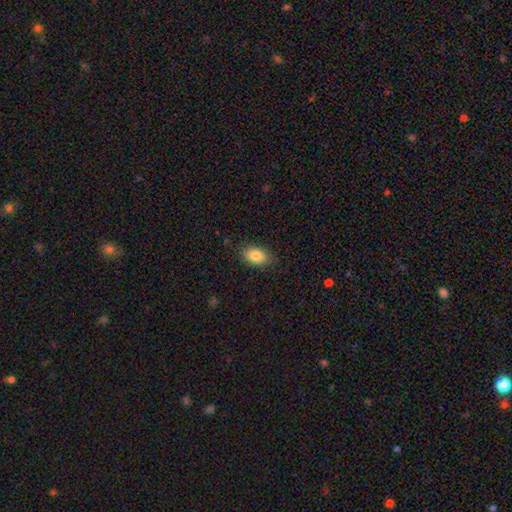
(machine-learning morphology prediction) The model was most divided on "merging": none: 84%, minor disturbance: 12%, major disturbance: 3%, merger: 1%. More confident: how rounded — in between (89%); smooth or featured — smooth (85%).